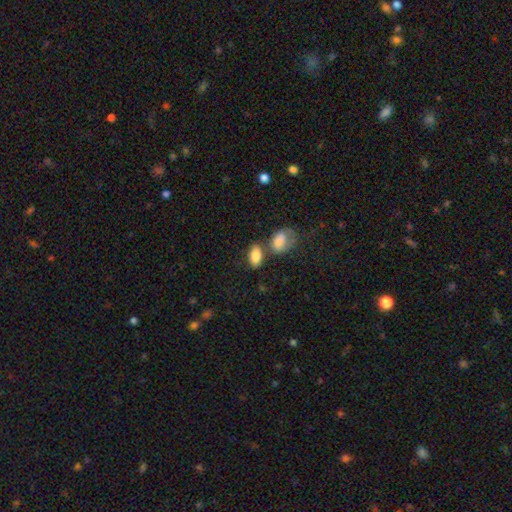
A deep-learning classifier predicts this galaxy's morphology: Q: Smooth or featured?
A: smooth (83%); runner-up: featured or disk (9%)
Q: How rounded?
A: in between (91%); runner-up: round (7%)
Q: Merging?
A: none (51%); runner-up: merger (29%)